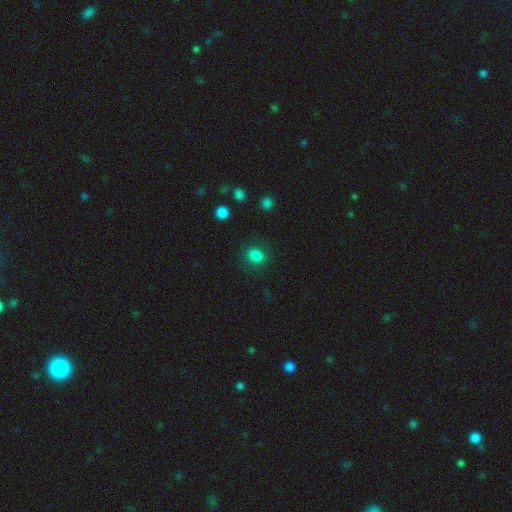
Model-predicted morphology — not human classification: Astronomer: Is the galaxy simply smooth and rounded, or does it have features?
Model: smooth — 84%.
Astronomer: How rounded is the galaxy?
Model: in between — 55% (runner-up: round, 44%).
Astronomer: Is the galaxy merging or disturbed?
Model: none — 81%.